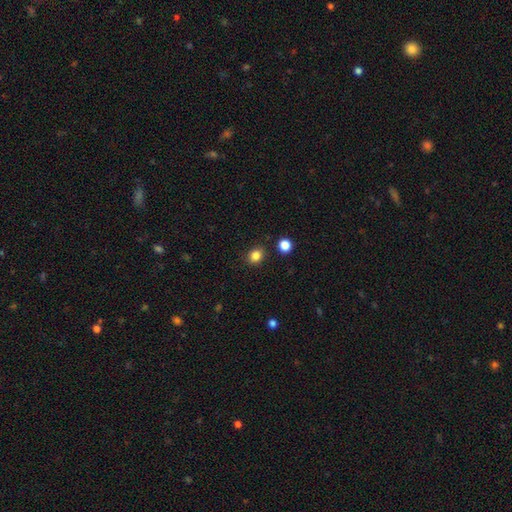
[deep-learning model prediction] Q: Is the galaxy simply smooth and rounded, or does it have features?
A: smooth — 84%.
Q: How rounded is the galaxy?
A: round — 69%.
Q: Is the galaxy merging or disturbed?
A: none — 87%.